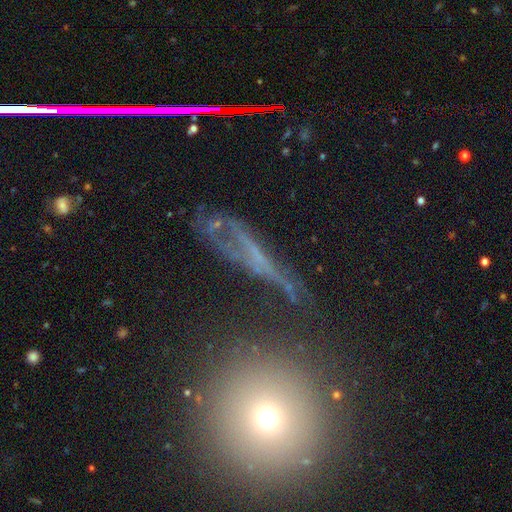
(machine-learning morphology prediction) A featured or disk galaxy (42%).

Vote fractions:
- Smooth or featured? featured or disk: 42% / star or artifact: 31% / smooth: 27%
- Merging? none: 62% / minor disturbance: 19% / major disturbance: 14% / merger: 5%